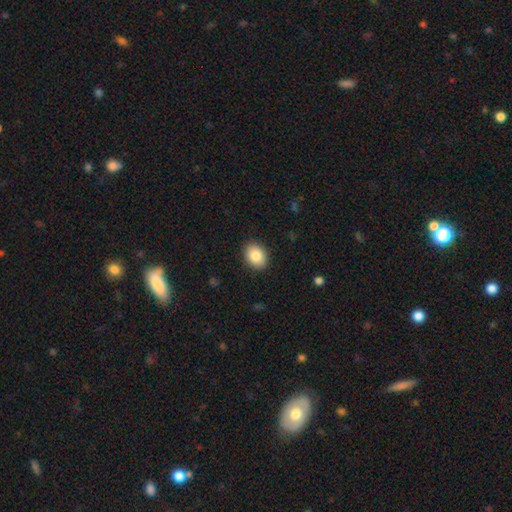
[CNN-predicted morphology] Smooth or featured?
  - smooth: 86% *
  - star or artifact: 7%
  - featured or disk: 6%
How rounded?
  - in between: 70% *
  - round: 29%
  - cigar-shaped: 1%
Merging?
  - none: 89% *
  - minor disturbance: 8%
  - major disturbance: 2%
  - merger: 1%